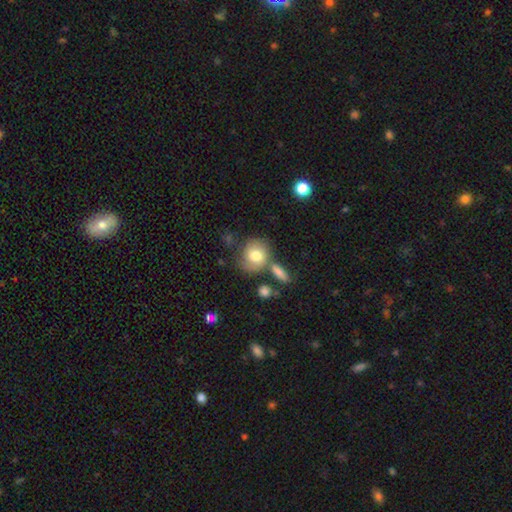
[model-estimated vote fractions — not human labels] Q: Smooth or featured?
A: smooth (73%); runner-up: featured or disk (19%)
Q: How rounded?
A: round (73%); runner-up: in between (26%)
Q: Merging?
A: none (53%); runner-up: minor disturbance (19%)